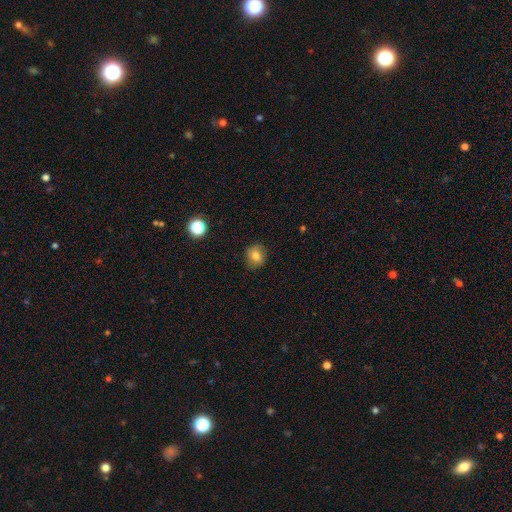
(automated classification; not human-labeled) smooth 74%, featured or disk 15%, star or artifact 11%. Down the decision tree: how rounded — round (78%); merging — none (83%).